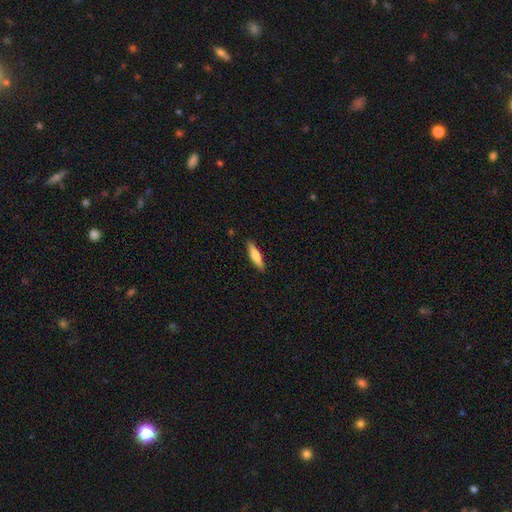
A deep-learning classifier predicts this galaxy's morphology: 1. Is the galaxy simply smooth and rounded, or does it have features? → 69% smooth, 26% featured or disk, 6% star or artifact.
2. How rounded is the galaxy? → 74% cigar-shaped, 24% in between, 2% round.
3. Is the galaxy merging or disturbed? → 89% none, 8% minor disturbance, 2% major disturbance, 1% merger.